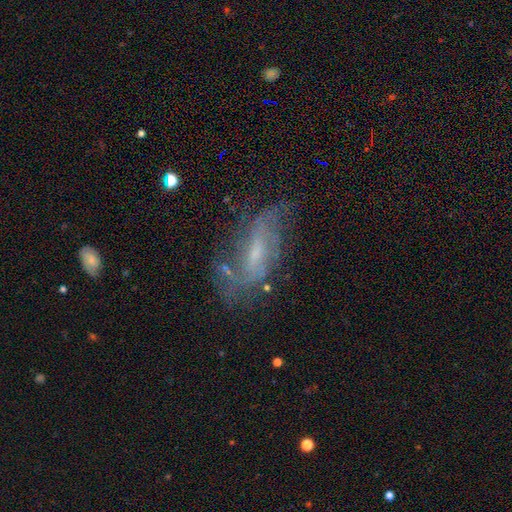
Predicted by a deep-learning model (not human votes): Q: Smooth or featured?
A: featured or disk (72%); runner-up: smooth (19%)
Q: Edge-on disk?
A: no (88%); runner-up: yes (12%)
Q: Bar?
A: weak (47%); runner-up: no (38%)
Q: Spiral arms?
A: yes (79%); runner-up: no (21%)
Q: Spiral winding?
A: medium (39%); runner-up: loose (32%)
Q: Spiral arm count?
A: can't tell (39%); runner-up: 2 (38%)
Q: Bulge size?
A: small (53%); runner-up: moderate (31%)
Q: Merging?
A: none (57%); runner-up: minor disturbance (23%)